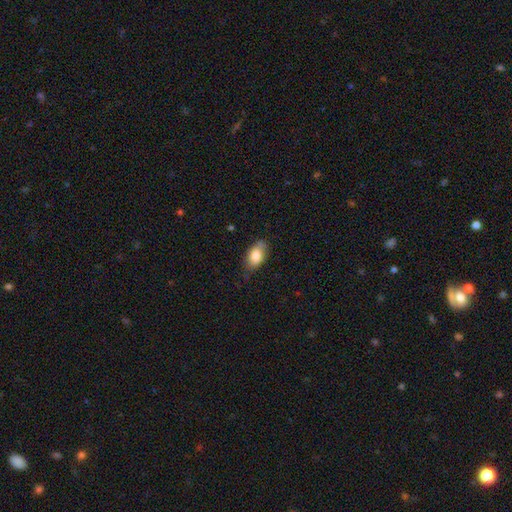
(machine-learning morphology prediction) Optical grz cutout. It shows a smooth galaxy with no disk features (81%) that is in between round and cigar-shaped (90%). Merging: none (67%).